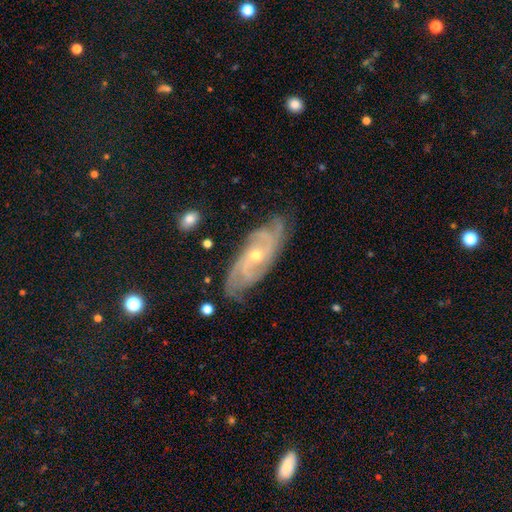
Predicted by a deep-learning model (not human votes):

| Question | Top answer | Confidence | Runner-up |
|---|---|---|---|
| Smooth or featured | featured or disk | 88% | smooth (7%) |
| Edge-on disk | no | 92% | yes (8%) |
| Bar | no | 66% | weak (27%) |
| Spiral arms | yes | 97% | no (3%) |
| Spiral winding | tight | 56% | medium (35%) |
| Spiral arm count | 3 | 26% | can't tell (24%) |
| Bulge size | small | 58% | moderate (39%) |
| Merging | none | 75% | minor disturbance (19%) |